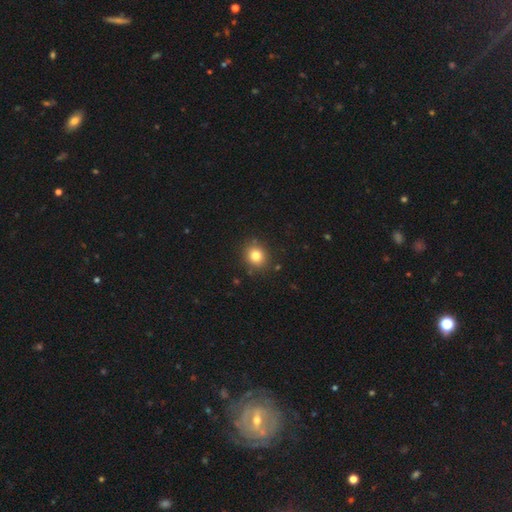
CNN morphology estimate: A smooth galaxy with no disk features (81%) that is round (78%).

Vote fractions:
- Smooth or featured? smooth: 81% / star or artifact: 12% / featured or disk: 7%
- How rounded? round: 78% / in between: 21% / cigar-shaped: 1%
- Merging? none: 87% / minor disturbance: 8% / major disturbance: 2% / merger: 2%